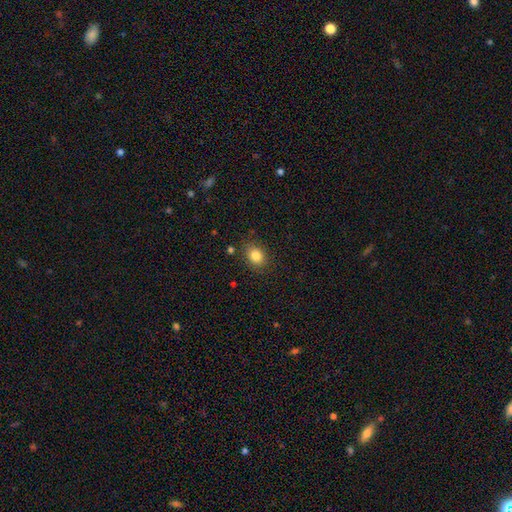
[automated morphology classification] Smooth or featured? smooth (83%)
How rounded? in between (57%)
Merging? none (84%)